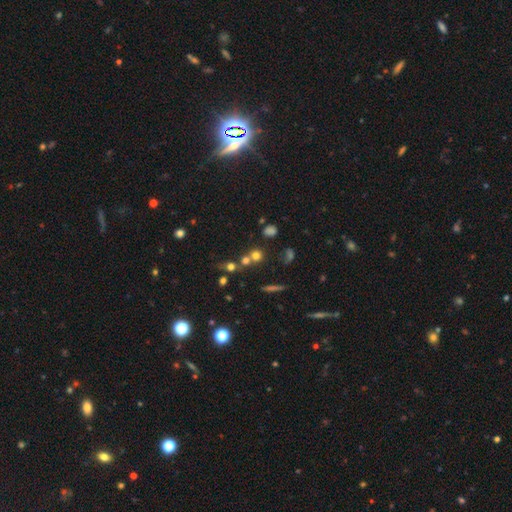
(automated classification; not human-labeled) Smooth or featured? Predicted: smooth (p=0.63). How rounded? Predicted: round (p=0.85). Merging? Predicted: none (p=0.49).